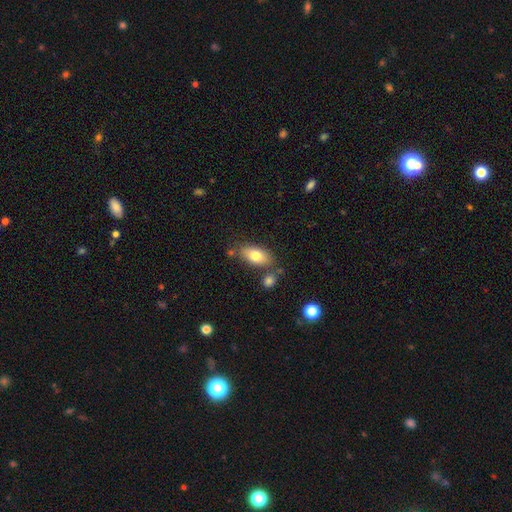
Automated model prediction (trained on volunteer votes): A smooth galaxy with no disk features (77%) that is in between round and cigar-shaped (90%). Merging: none (72%).